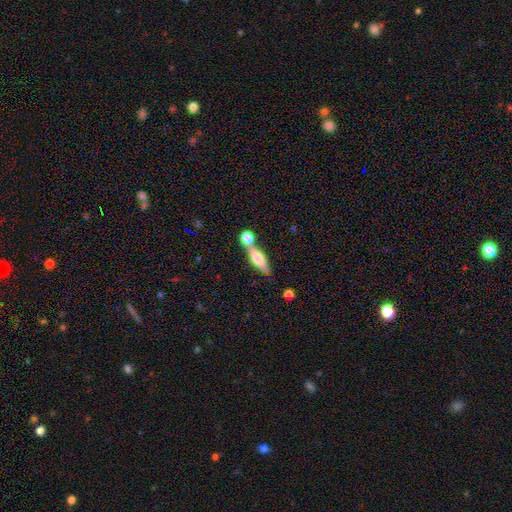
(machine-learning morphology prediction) smooth_or_featured: smooth (p=0.52) [alt: featured or disk p=0.40]
how_rounded: cigar-shaped (p=0.54) [alt: in between p=0.40]
merging: none (p=0.49) [alt: merger p=0.36]